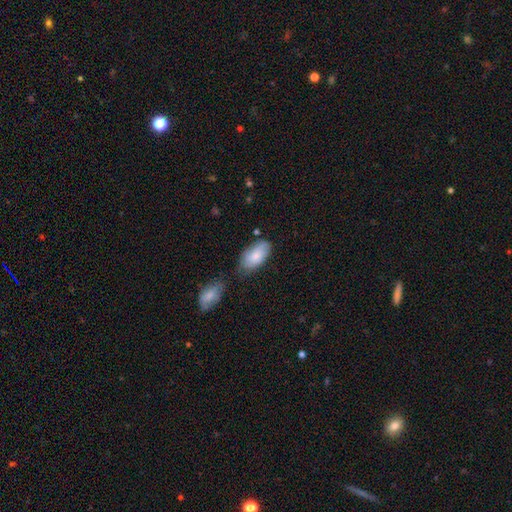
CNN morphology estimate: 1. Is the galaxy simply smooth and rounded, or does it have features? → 79% smooth, 15% featured or disk, 6% star or artifact.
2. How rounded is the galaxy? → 94% in between, 3% round, 3% cigar-shaped.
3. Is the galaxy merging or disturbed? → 59% none, 25% minor disturbance, 10% merger, 6% major disturbance.